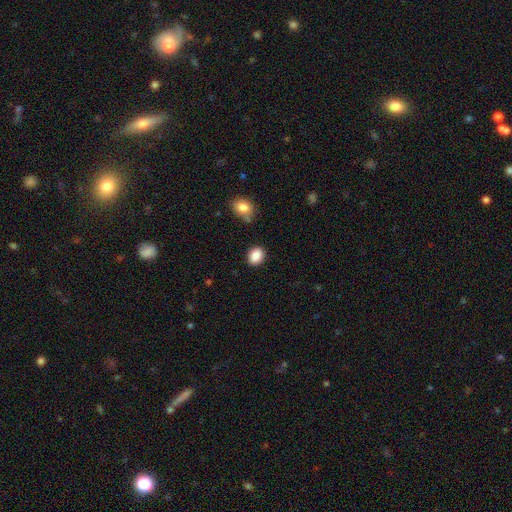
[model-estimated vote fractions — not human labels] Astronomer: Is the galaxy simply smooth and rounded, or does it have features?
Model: smooth — 88%.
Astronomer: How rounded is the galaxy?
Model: in between — 51% (runner-up: round, 48%).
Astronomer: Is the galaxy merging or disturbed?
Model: none — 86%.